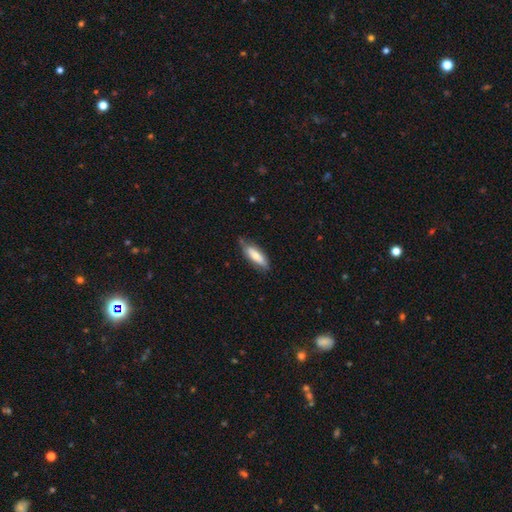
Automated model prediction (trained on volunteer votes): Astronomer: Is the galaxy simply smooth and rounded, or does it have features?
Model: smooth — 65%.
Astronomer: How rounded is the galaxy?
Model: in between — 59% (runner-up: cigar-shaped, 40%).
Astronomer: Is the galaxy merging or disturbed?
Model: none — 67%.